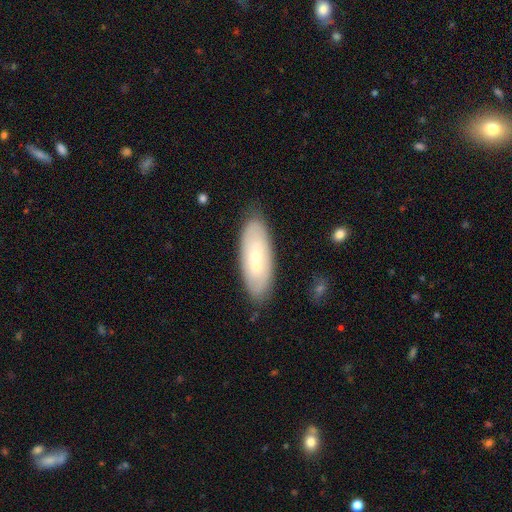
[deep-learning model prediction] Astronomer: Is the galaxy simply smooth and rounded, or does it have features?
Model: featured or disk — 48% (runner-up: smooth, 46%).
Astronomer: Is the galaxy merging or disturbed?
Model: none — 77%.